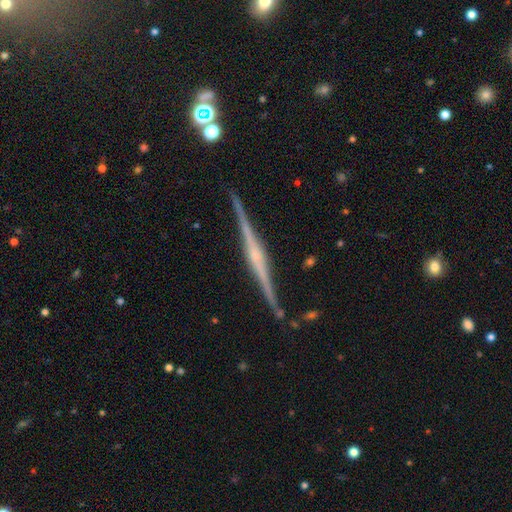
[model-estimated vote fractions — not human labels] featured or disk 85%, smooth 10%, star or artifact 6%. Down the decision tree: edge-on disk — yes (99%); edge-on bulge — rounded (55%); merging — none (90%).